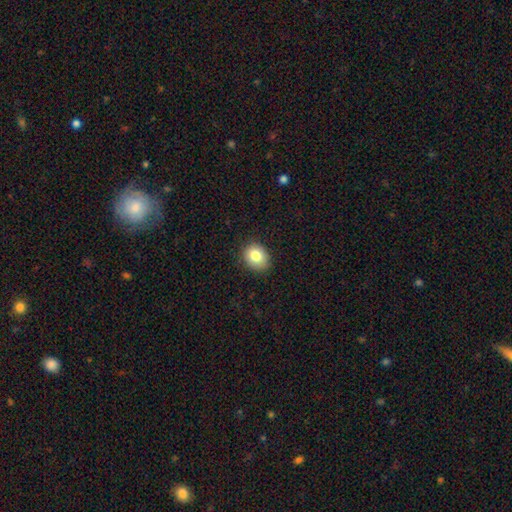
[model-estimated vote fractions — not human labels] Smooth or featured?
  - smooth: 81% *
  - star or artifact: 10%
  - featured or disk: 9%
How rounded?
  - round: 58% *
  - in between: 41%
  - cigar-shaped: 1%
Merging?
  - none: 87% *
  - minor disturbance: 10%
  - major disturbance: 2%
  - merger: 1%